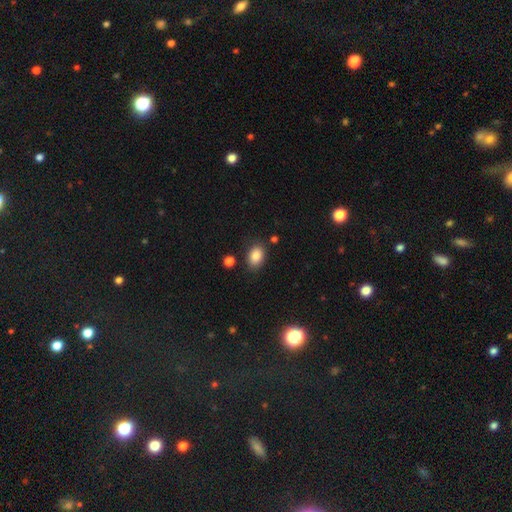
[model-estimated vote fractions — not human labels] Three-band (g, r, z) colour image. It shows a smooth galaxy with no disk features (86%) that is in between round and cigar-shaped (81%). Merging: none (81%).